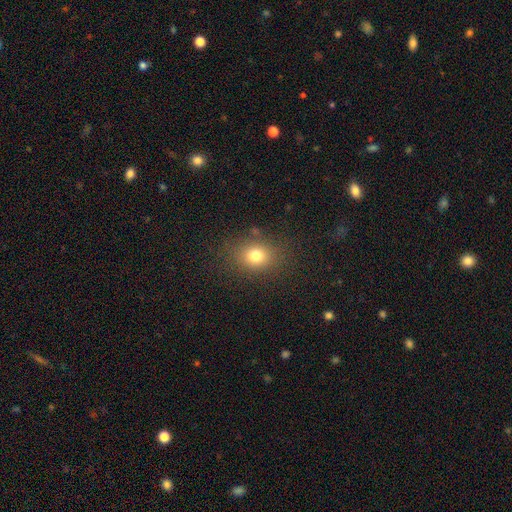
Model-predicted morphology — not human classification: smooth_or_featured: smooth (p=0.76) [alt: star or artifact p=0.15]
how_rounded: round (p=0.56) [alt: in between p=0.43]
merging: none (p=0.82) [alt: minor disturbance p=0.11]